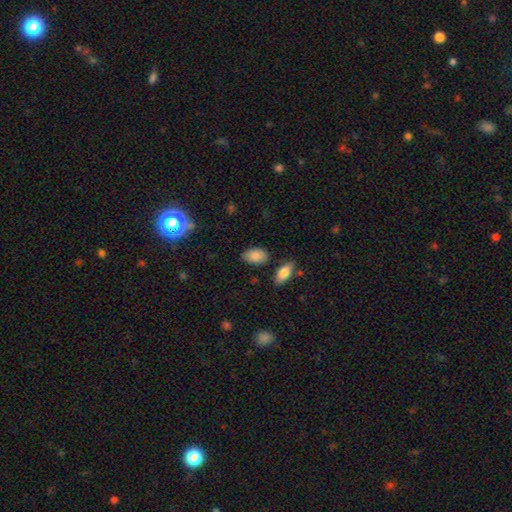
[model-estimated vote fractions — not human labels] The model was most divided on "merging": none: 79%, minor disturbance: 15%, merger: 3%, major disturbance: 3%. More confident: how rounded — in between (92%); smooth or featured — smooth (86%).